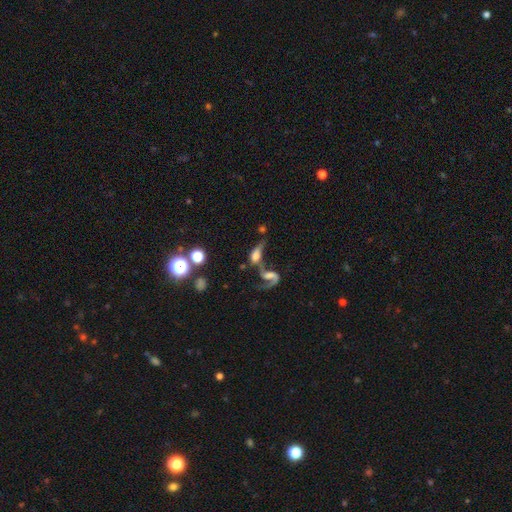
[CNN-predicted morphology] featured or disk 47%, smooth 38%, star or artifact 15%. Down the decision tree: merging — merger (60%).